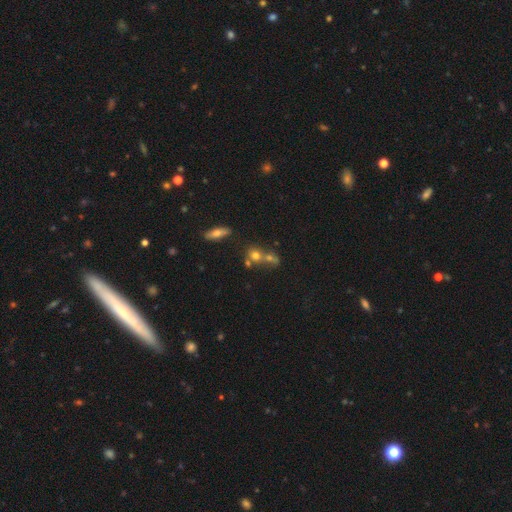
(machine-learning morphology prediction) Overall: smooth (63%). How rounded: round (68%). Merging: merger (52%; none 34%).